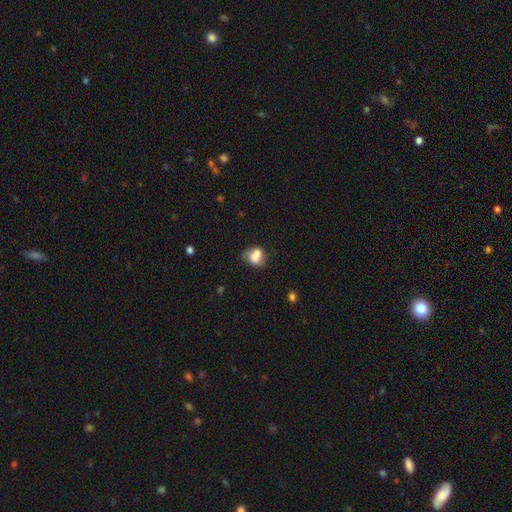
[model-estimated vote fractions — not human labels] A smooth galaxy with no disk features (69%) that is in between round and cigar-shaped (55%).

Vote fractions:
- Smooth or featured? smooth: 69% / featured or disk: 20% / star or artifact: 11%
- How rounded? in between: 55% / round: 43% / cigar-shaped: 1%
- Merging? merger: 37% / none: 28% / minor disturbance: 21% / major disturbance: 14%